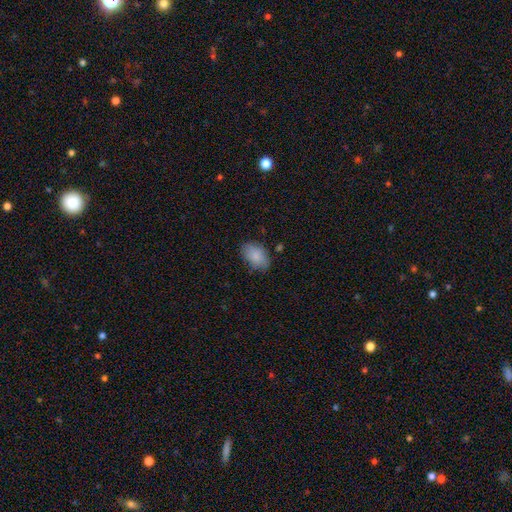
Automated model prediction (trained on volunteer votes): smooth_or_featured: smooth (p=0.87) [alt: featured or disk p=0.07]
how_rounded: in between (p=0.91) [alt: round p=0.08]
merging: none (p=0.78) [alt: minor disturbance p=0.17]